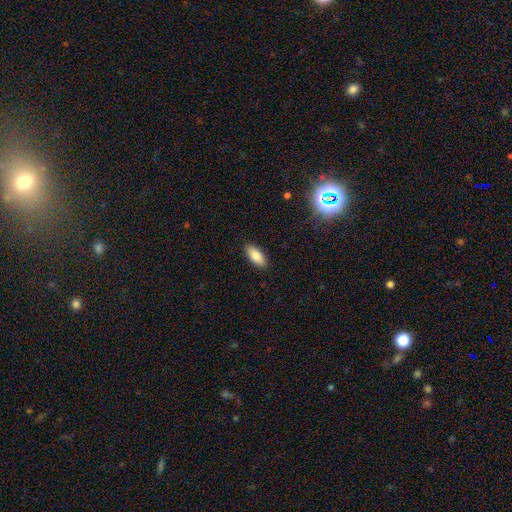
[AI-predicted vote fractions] smooth_or_featured: smooth (p=0.84) [alt: featured or disk p=0.09]
how_rounded: in between (p=0.84) [alt: cigar-shaped p=0.14]
merging: none (p=0.90) [alt: minor disturbance p=0.08]